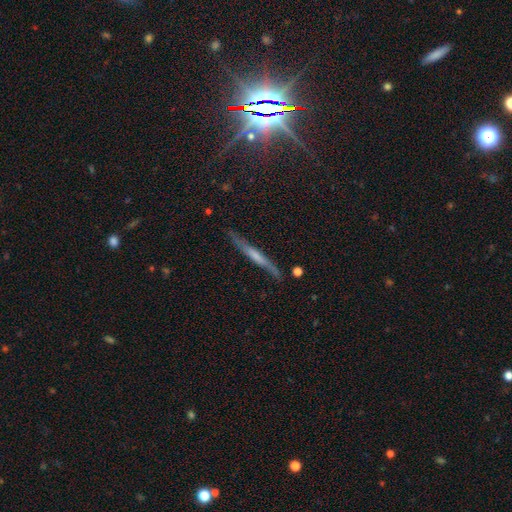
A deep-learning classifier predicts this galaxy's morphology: Smooth or featured?
  - featured or disk: 58% *
  - smooth: 33%
  - star or artifact: 8%
Edge-on disk?
  - yes: 90% *
  - no: 10%
Edge-on bulge?
  - none: 56% *
  - rounded: 28%
  - boxy: 16%
Merging?
  - none: 79% *
  - minor disturbance: 16%
  - major disturbance: 3%
  - merger: 2%